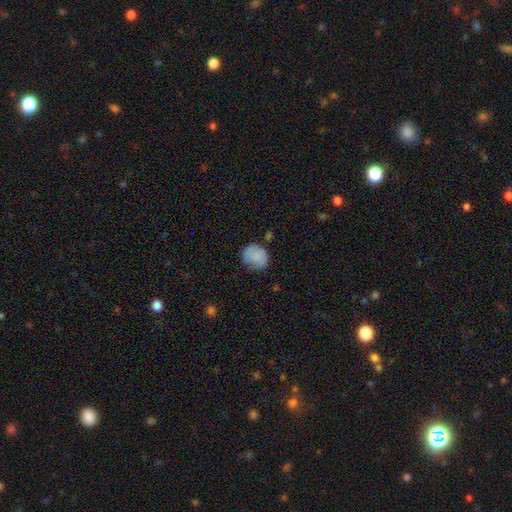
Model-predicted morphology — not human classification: Smooth or featured?
  - smooth: 82% *
  - featured or disk: 10%
  - star or artifact: 8%
How rounded?
  - round: 69% *
  - in between: 30%
  - cigar-shaped: 1%
Merging?
  - none: 67% *
  - minor disturbance: 24%
  - major disturbance: 6%
  - merger: 3%